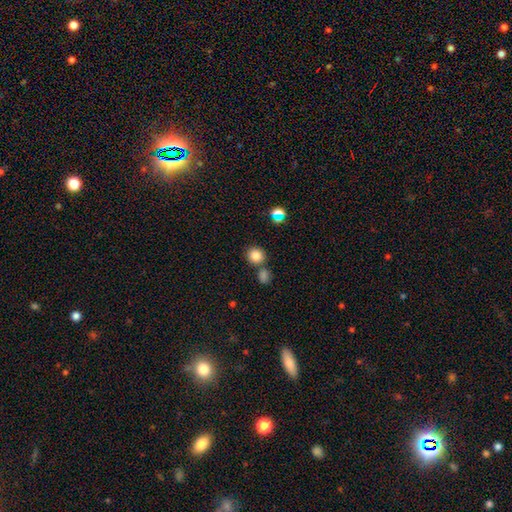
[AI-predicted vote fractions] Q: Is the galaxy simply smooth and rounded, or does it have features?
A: smooth — 82%.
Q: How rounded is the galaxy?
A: round — 87%.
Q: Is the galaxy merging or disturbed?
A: none — 69%.